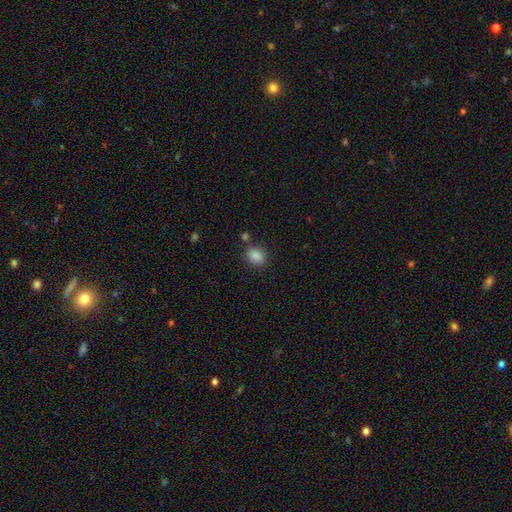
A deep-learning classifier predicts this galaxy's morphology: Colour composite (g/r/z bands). It shows a smooth galaxy with no disk features (87%) that is in between round and cigar-shaped (66%). Merging: none (78%).